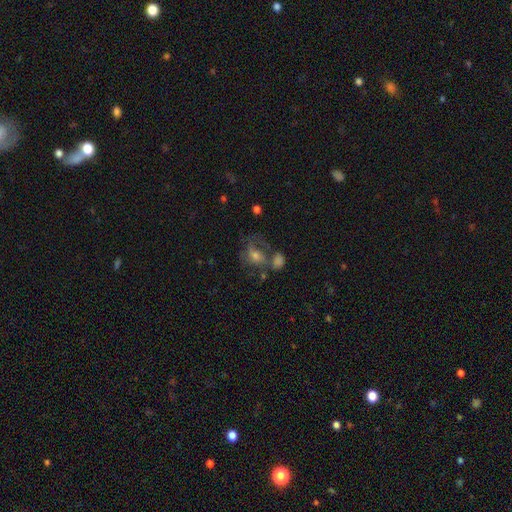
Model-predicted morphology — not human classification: This appears to be a featured or disk galaxy (48%). Merging: none (34%).